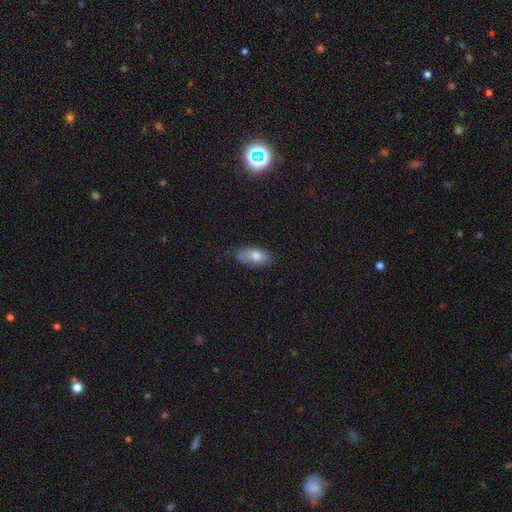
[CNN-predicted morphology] A smooth galaxy with no disk features (76%) that is in between round and cigar-shaped (90%). Merging: none (70%).